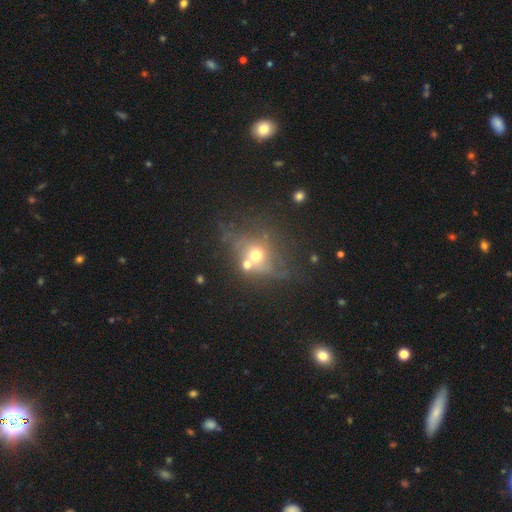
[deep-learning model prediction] A smooth galaxy with no disk features (54%) that is round (67%).

Vote fractions:
- Smooth or featured? smooth: 54% / featured or disk: 26% / star or artifact: 20%
- How rounded? round: 67% / in between: 31% / cigar-shaped: 2%
- Merging? none: 40% / merger: 34% / minor disturbance: 14% / major disturbance: 12%